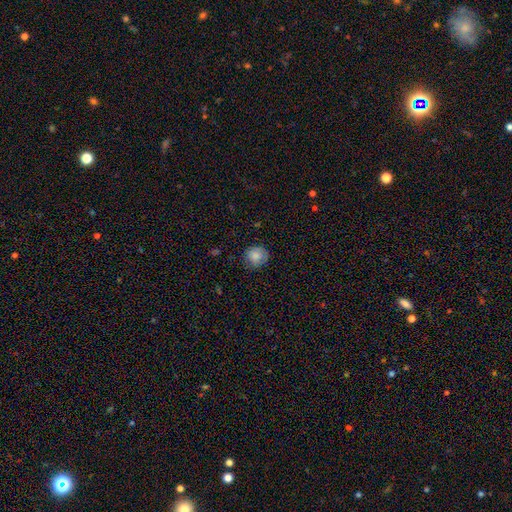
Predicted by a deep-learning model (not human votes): This is clearly a smooth galaxy (84%). How rounded: clearly round (85%). Merging: likely none (77%).